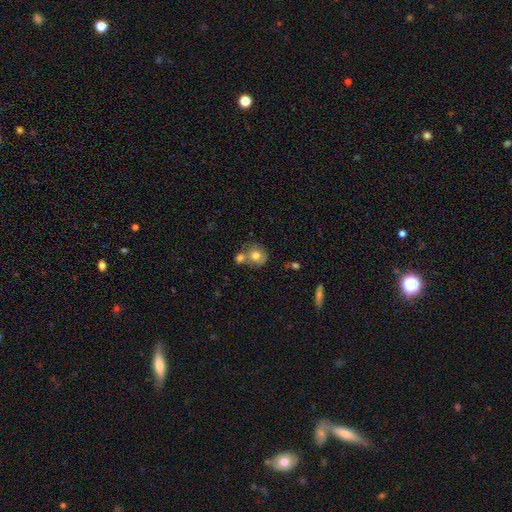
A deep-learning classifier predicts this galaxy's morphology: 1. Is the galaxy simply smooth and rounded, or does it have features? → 75% smooth, 15% featured or disk, 9% star or artifact.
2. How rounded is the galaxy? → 79% round, 20% in between, 1% cigar-shaped.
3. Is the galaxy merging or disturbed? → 44% none, 40% merger, 11% minor disturbance, 4% major disturbance.